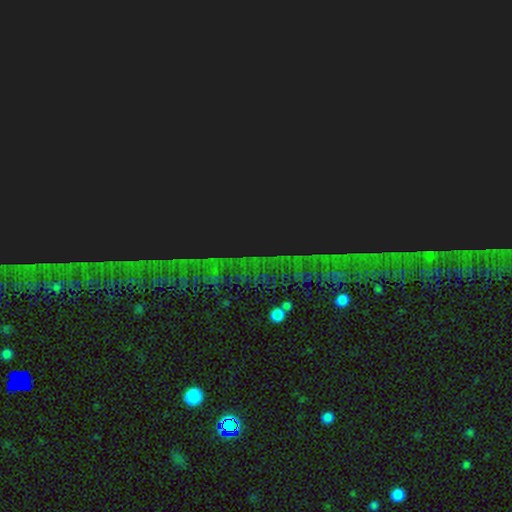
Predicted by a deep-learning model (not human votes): The model was most divided on "smooth or featured": star or artifact: 85%, smooth: 8%, featured or disk: 7%.